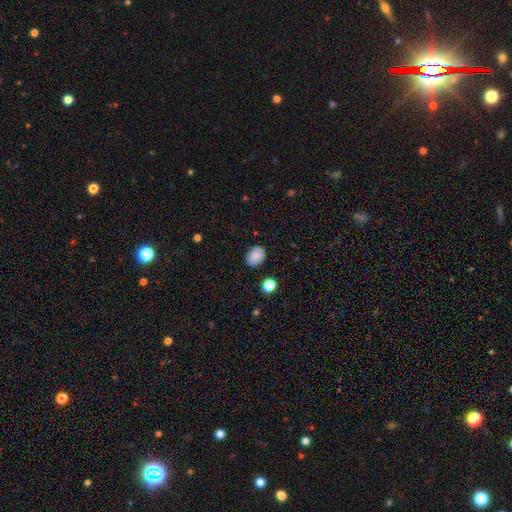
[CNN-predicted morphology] Q: Smooth or featured?
A: smooth (87%); runner-up: star or artifact (9%)
Q: How rounded?
A: in between (73%); runner-up: round (26%)
Q: Merging?
A: none (83%); runner-up: minor disturbance (13%)